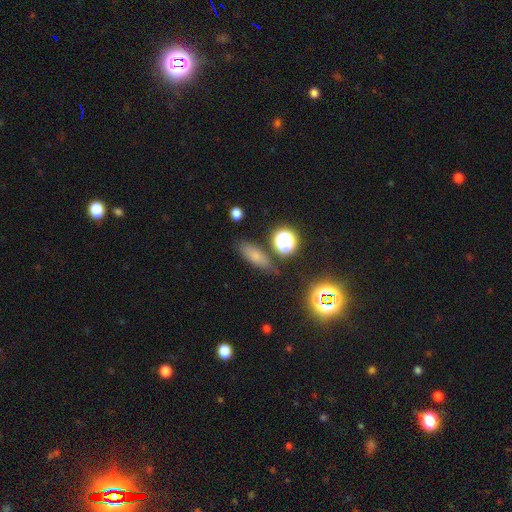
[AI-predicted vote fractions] A smooth galaxy with no disk features (69%) that is in between round and cigar-shaped (58%). Merging: none (76%).